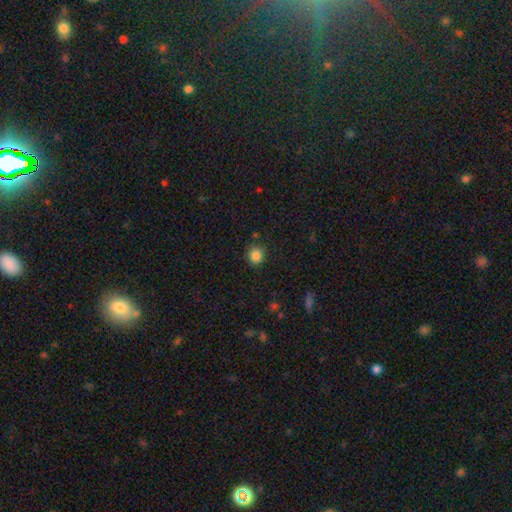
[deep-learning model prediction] Morphology: type=smooth (85%); roundness=round (86%); merging=none (87%).